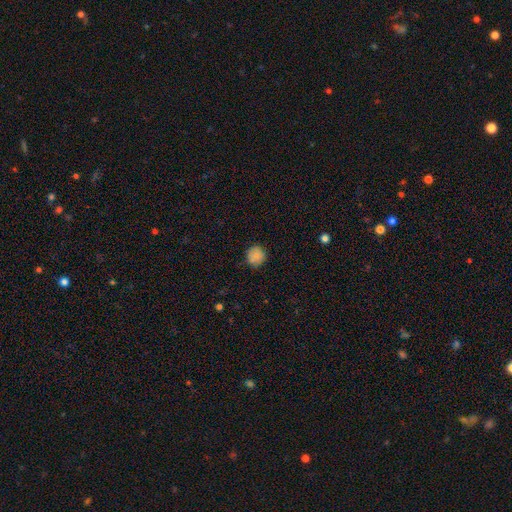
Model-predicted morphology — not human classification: This appears to be a smooth galaxy with no disk features (86%) that is round (90%). Merging: none (87%).